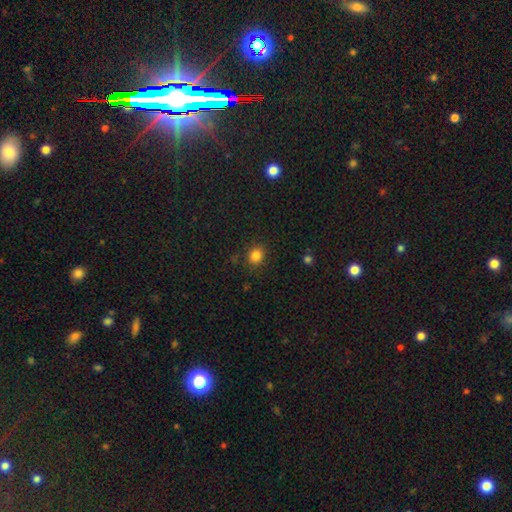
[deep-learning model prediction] Smooth or featured?
  - smooth: 83% *
  - star or artifact: 13%
  - featured or disk: 4%
How rounded?
  - round: 71% *
  - in between: 28%
  - cigar-shaped: 1%
Merging?
  - none: 86% *
  - minor disturbance: 10%
  - major disturbance: 3%
  - merger: 2%